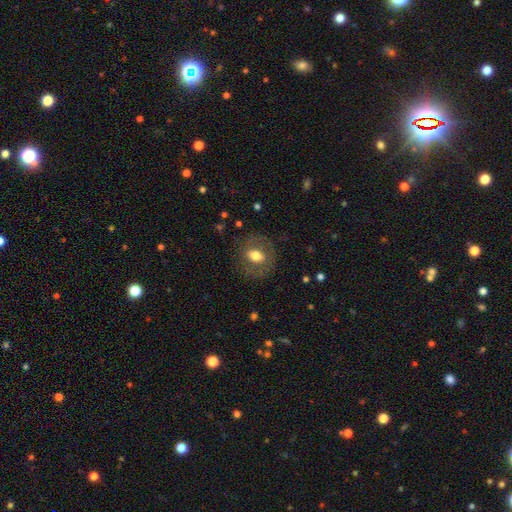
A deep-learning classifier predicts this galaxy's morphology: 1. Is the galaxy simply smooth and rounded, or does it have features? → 60% smooth, 32% featured or disk, 8% star or artifact.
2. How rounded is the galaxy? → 52% round, 46% in between, 1% cigar-shaped.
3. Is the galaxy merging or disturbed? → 78% none, 13% minor disturbance, 8% major disturbance, 1% merger.